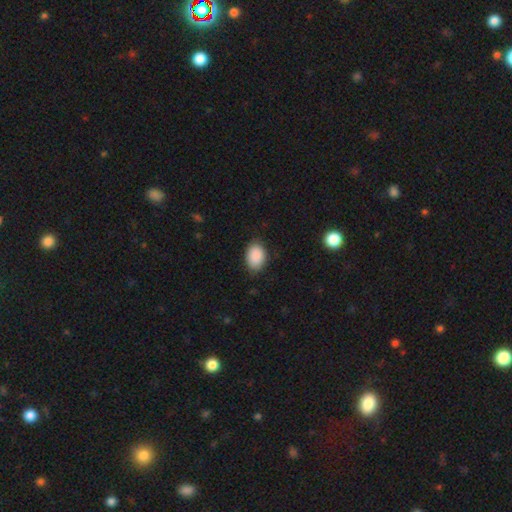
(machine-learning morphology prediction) smooth-or-featured: smooth: 89% | star or artifact: 7% | featured or disk: 3%
  how-rounded: in between: 82% | round: 17% | cigar-shaped: 1%
  merging: none: 82% | minor disturbance: 14% | major disturbance: 3% | merger: 1%